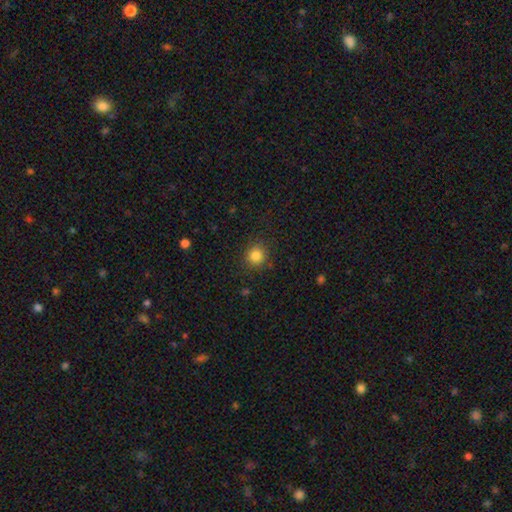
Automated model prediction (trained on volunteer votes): Q: Smooth or featured?
A: smooth (83%); runner-up: star or artifact (12%)
Q: How rounded?
A: round (91%); runner-up: in between (8%)
Q: Merging?
A: none (89%); runner-up: minor disturbance (8%)